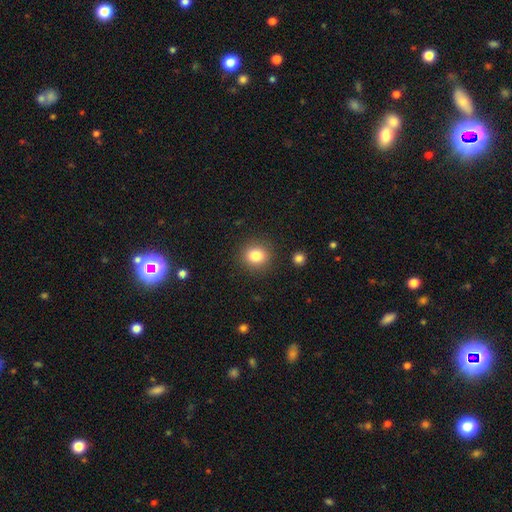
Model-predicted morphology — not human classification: smooth 82%, star or artifact 11%, featured or disk 7%. Down the decision tree: how rounded — round (82%); merging — none (89%).